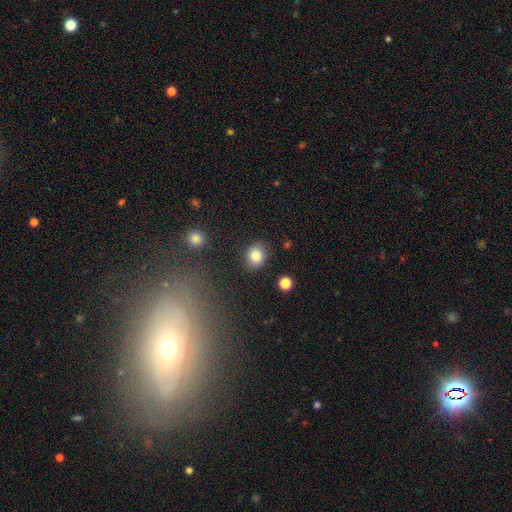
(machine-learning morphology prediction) smooth 83%, star or artifact 10%, featured or disk 7%. Down the decision tree: how rounded — round (66%); merging — none (86%).